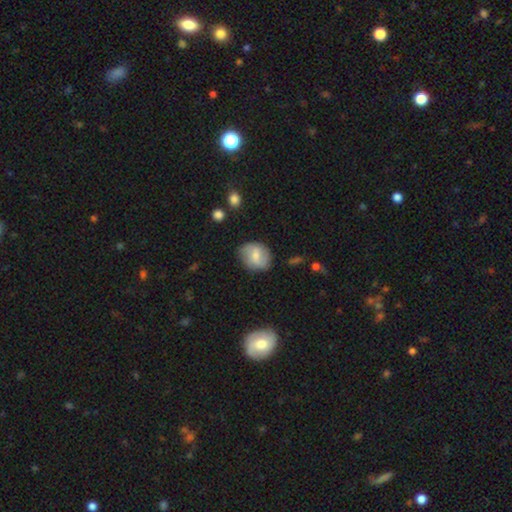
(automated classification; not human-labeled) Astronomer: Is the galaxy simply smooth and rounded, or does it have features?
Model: smooth — 56% (runner-up: featured or disk, 37%).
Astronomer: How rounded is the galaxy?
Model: round — 55% (runner-up: in between, 43%).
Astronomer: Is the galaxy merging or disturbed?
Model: none — 73%.